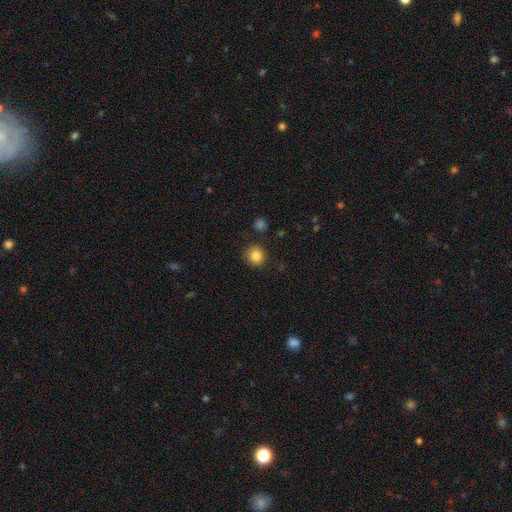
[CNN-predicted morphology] Smooth or featured? smooth (85%)
How rounded? round (88%)
Merging? none (86%)